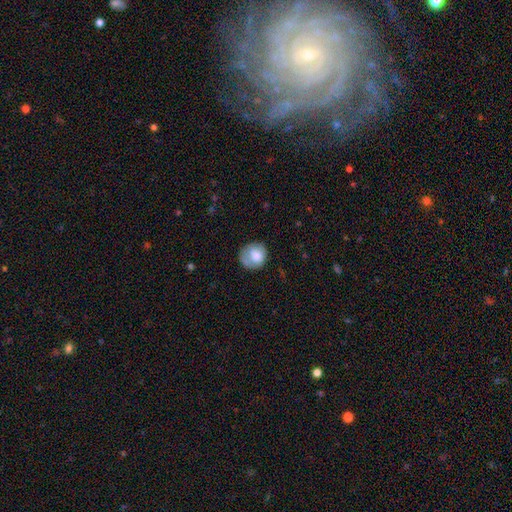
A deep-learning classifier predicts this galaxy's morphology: Smooth or featured: smooth — 76% (featured or disk — 16%)
How rounded: round — 81% (in between — 19%)
Merging: none — 60% (minor disturbance — 26%)